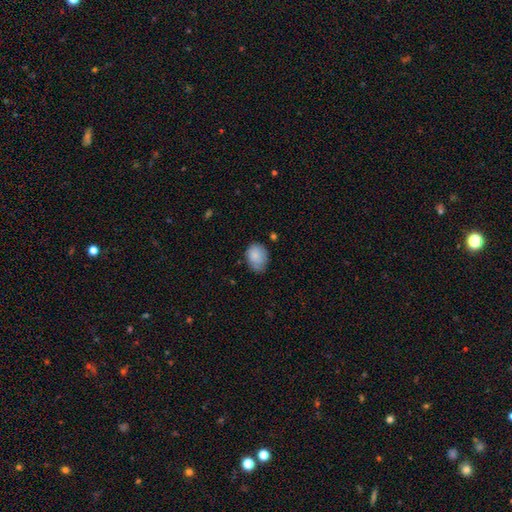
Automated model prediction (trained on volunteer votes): smooth-or-featured: smooth: 82% | featured or disk: 10% | star or artifact: 8%
  how-rounded: in between: 66% | round: 33% | cigar-shaped: 1%
  merging: none: 61% | minor disturbance: 31% | major disturbance: 6% | merger: 2%